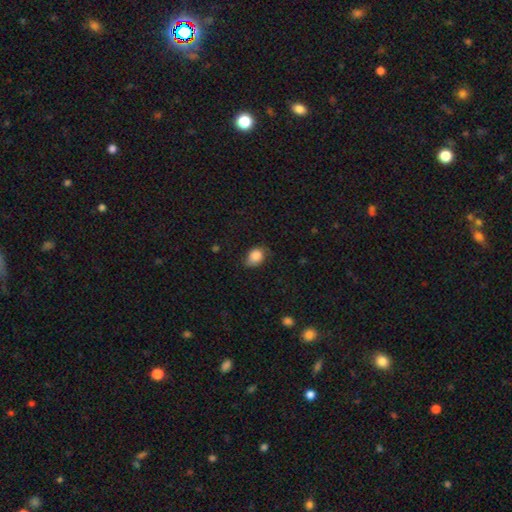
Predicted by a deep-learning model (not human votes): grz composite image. It shows a smooth galaxy with no disk features (85%) that is in between round and cigar-shaped (63%). Merging: none (59%).